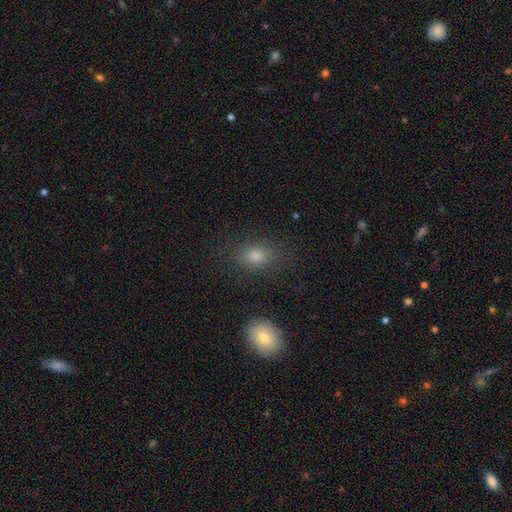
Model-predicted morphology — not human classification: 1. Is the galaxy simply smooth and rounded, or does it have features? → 77% smooth, 14% star or artifact, 10% featured or disk.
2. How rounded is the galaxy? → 72% in between, 27% round, 2% cigar-shaped.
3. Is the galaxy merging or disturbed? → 80% none, 12% minor disturbance, 5% major disturbance, 3% merger.